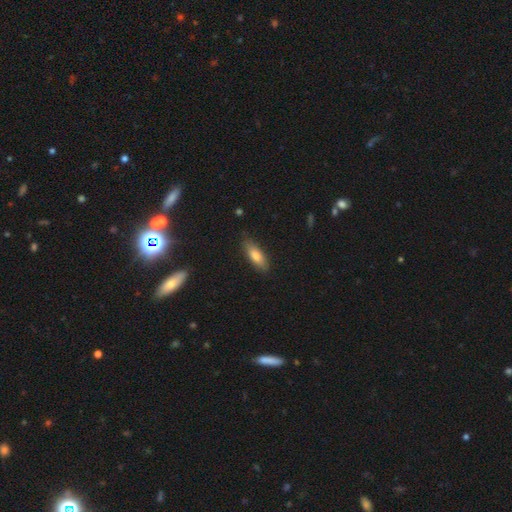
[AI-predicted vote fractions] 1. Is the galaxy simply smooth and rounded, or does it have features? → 78% smooth, 15% featured or disk, 7% star or artifact.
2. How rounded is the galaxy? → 61% in between, 37% cigar-shaped, 2% round.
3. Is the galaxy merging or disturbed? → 83% none, 13% minor disturbance, 2% major disturbance, 1% merger.